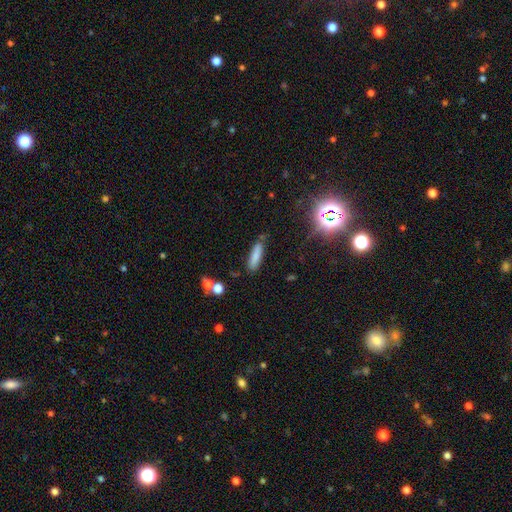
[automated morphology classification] The model was most divided on "how rounded": cigar-shaped: 70%, in between: 28%, round: 2%. More confident: smooth or featured — smooth (79%); merging — none (74%).